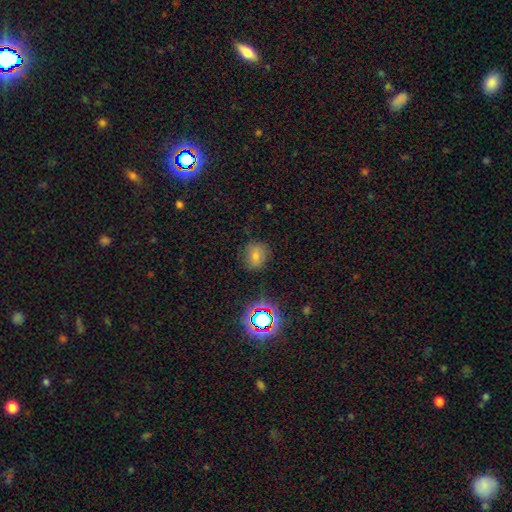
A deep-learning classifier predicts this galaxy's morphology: smooth-or-featured: smooth: 60% | star or artifact: 27% | featured or disk: 13%
  how-rounded: round: 74% | in between: 24% | cigar-shaped: 1%
  merging: none: 82% | minor disturbance: 13% | major disturbance: 4% | merger: 2%